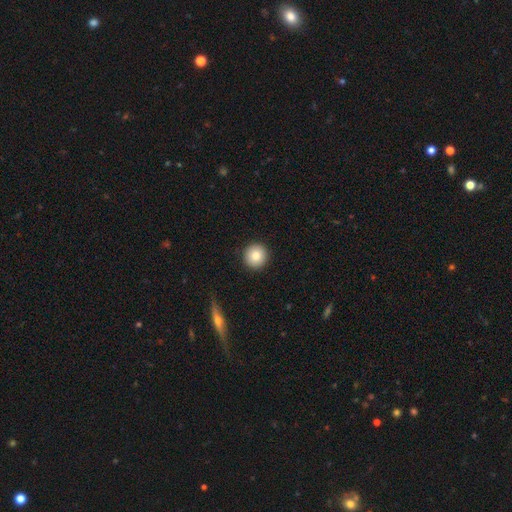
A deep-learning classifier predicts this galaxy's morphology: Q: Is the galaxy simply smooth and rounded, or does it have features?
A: smooth — 83%.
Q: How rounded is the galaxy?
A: round — 95%.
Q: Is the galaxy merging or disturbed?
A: none — 92%.